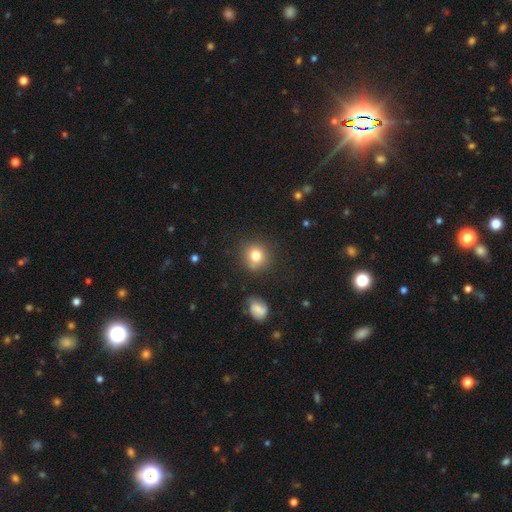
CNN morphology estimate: smooth-or-featured: smooth: 79% | star or artifact: 12% | featured or disk: 9%
  how-rounded: round: 89% | in between: 10% | cigar-shaped: 1%
  merging: none: 82% | minor disturbance: 11% | merger: 4% | major disturbance: 3%